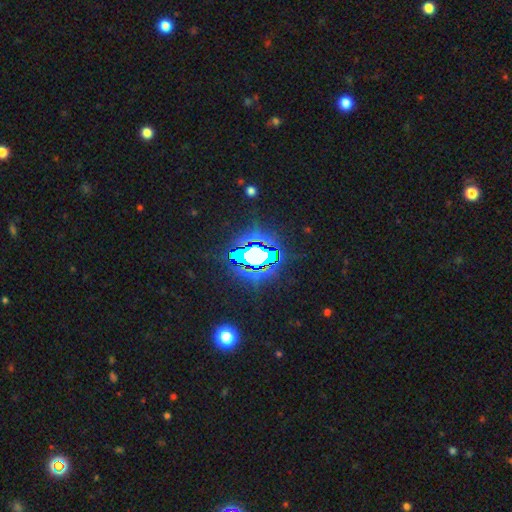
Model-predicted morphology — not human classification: star or artifact 68%, smooth 17%, featured or disk 15%.